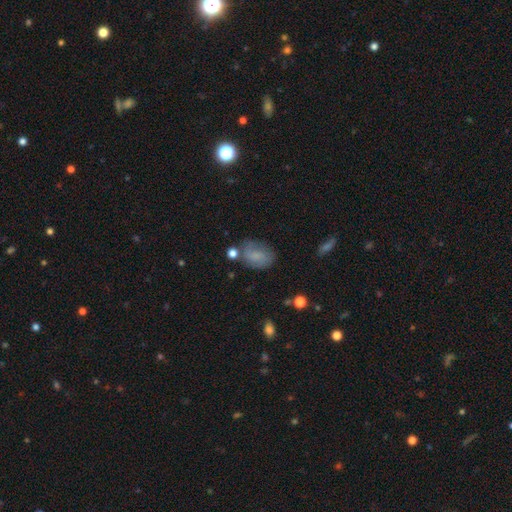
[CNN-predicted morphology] Overall: smooth (69%). How rounded: in between (79%). Merging: none (59%; minor disturbance 25%).